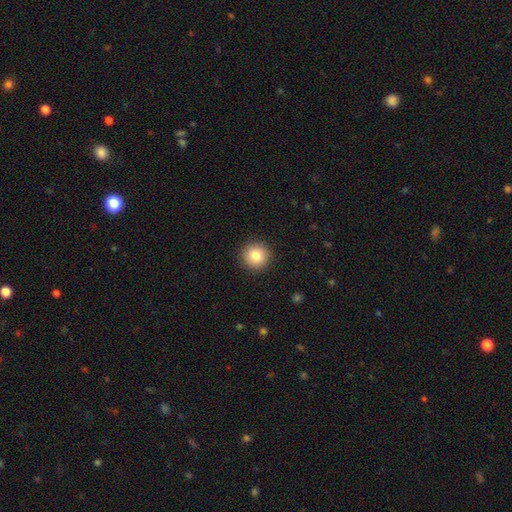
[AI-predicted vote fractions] Smooth or featured? Predicted: smooth (p=0.83). How rounded? Predicted: round (p=0.95). Merging? Predicted: none (p=0.92).